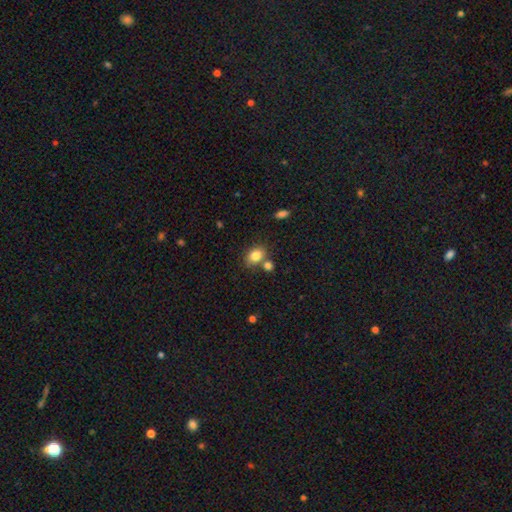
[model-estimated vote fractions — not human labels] Smooth or featured? smooth (83%)
How rounded? in between (63%)
Merging? none (64%)